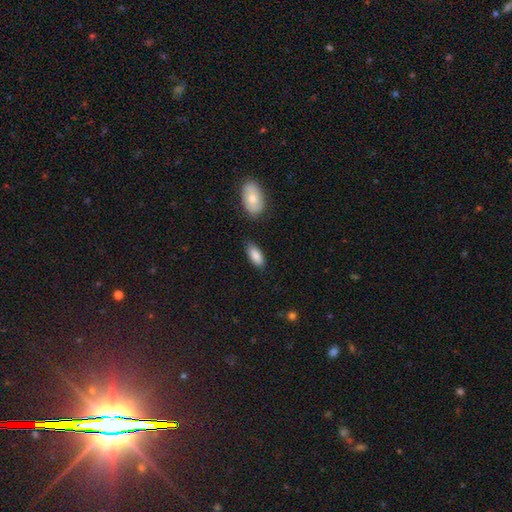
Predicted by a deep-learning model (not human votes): Morphology: type=smooth (86%); roundness=in between (87%); merging=none (79%).